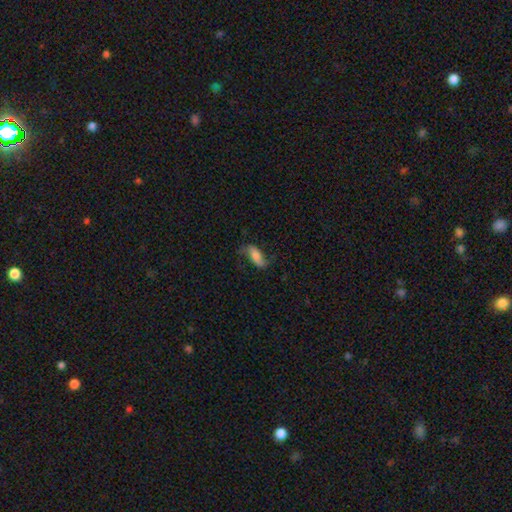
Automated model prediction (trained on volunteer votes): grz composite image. It shows a smooth galaxy with no disk features (46%, tied with featured or disk). Merging: none (63%).